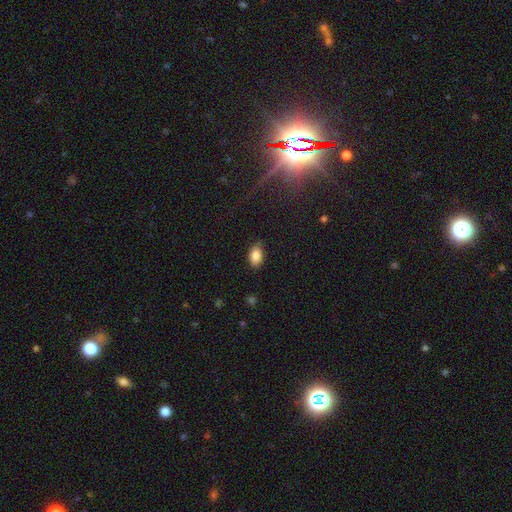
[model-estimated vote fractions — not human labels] A smooth galaxy with no disk features (86%) that is in between round and cigar-shaped (89%).

Vote fractions:
- Smooth or featured? smooth: 86% / star or artifact: 8% / featured or disk: 6%
- How rounded? in between: 89% / round: 9% / cigar-shaped: 2%
- Merging? none: 77% / minor disturbance: 19% / major disturbance: 3% / merger: 1%